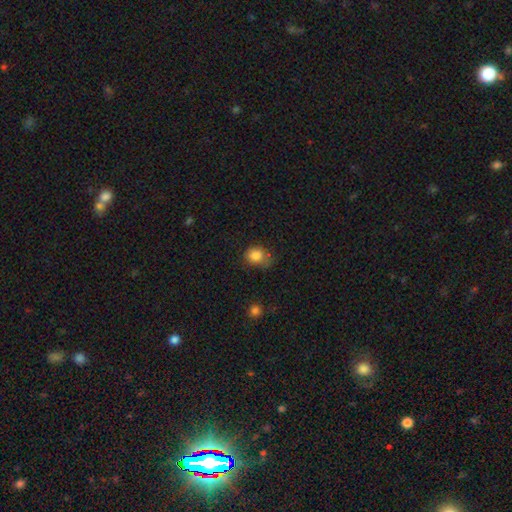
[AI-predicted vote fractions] This appears to be a smooth galaxy with no disk features (83%) that is round (57%). Merging: none (50%).